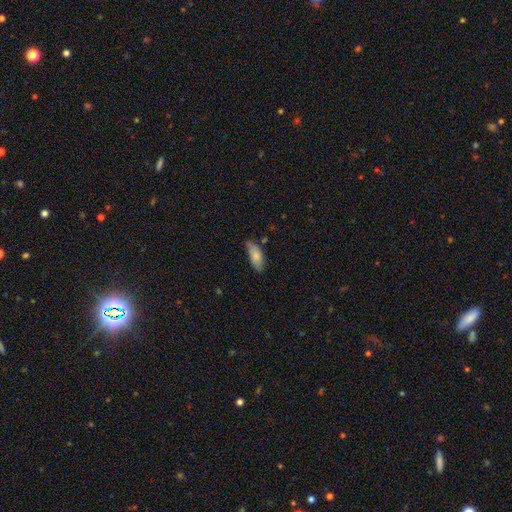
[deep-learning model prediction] smooth 79%, featured or disk 15%, star or artifact 7%. Down the decision tree: how rounded — in between (80%); merging — none (58%).